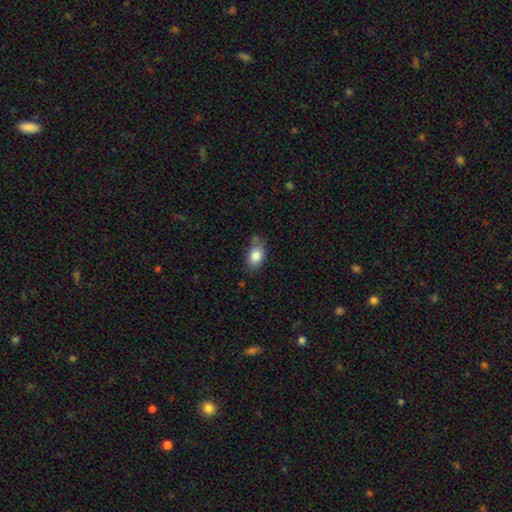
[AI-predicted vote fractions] Smooth or featured? smooth (84%)
How rounded? in between (84%)
Merging? none (66%)